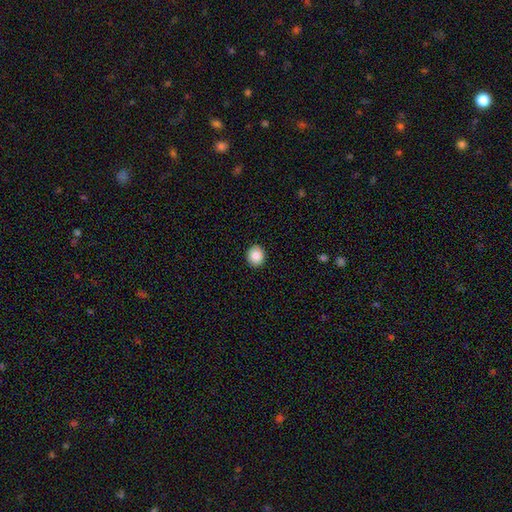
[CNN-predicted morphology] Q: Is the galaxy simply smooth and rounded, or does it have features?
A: smooth — 88%.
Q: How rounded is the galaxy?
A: round — 77%.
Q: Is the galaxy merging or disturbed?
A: none — 92%.